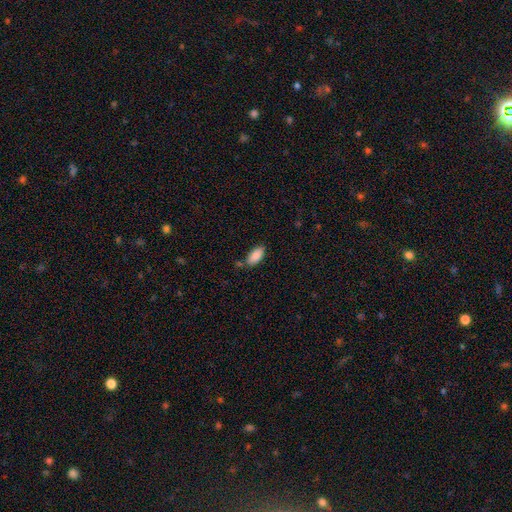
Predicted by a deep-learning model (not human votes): Smooth or featured?
  - smooth: 88% *
  - star or artifact: 7%
  - featured or disk: 5%
How rounded?
  - in between: 90% *
  - cigar-shaped: 8%
  - round: 2%
Merging?
  - none: 73% *
  - minor disturbance: 16%
  - merger: 7%
  - major disturbance: 4%